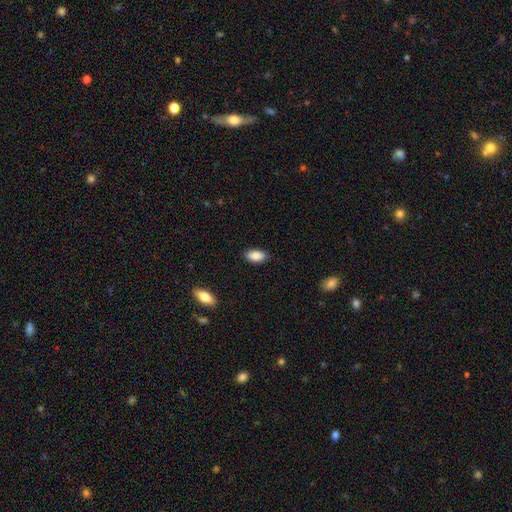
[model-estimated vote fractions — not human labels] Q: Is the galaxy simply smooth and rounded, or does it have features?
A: smooth — 87%.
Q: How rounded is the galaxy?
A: in between — 93%.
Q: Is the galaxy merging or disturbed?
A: none — 86%.